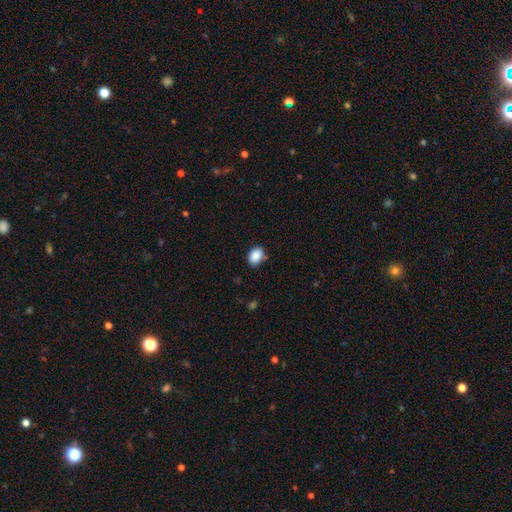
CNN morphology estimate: This is clearly a smooth galaxy (89%). How rounded: likely in between (71%). Merging: likely none (77%).